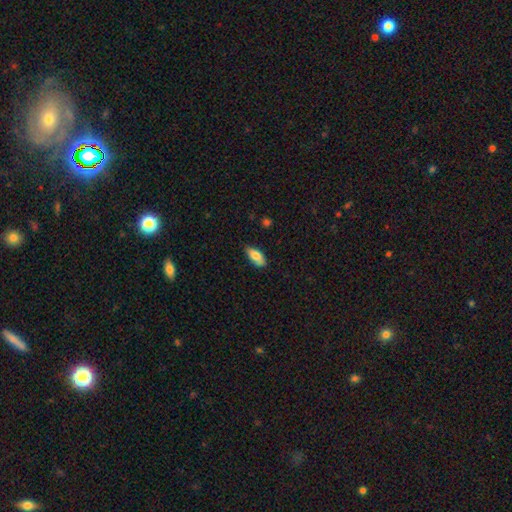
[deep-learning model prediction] The model was most divided on "merging": none: 74%, minor disturbance: 21%, major disturbance: 3%, merger: 2%. More confident: how rounded — in between (85%); smooth or featured — smooth (79%).